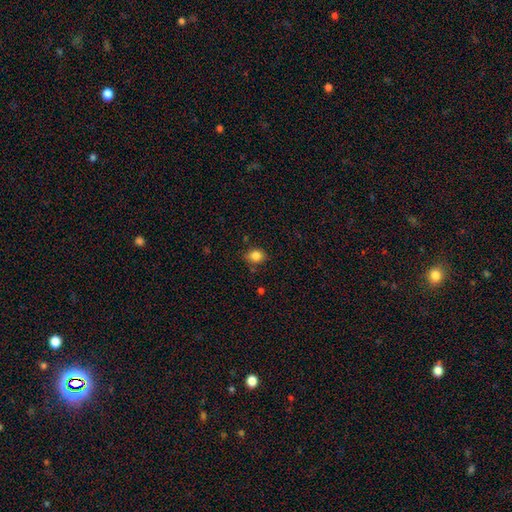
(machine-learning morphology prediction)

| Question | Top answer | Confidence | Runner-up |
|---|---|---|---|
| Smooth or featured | smooth | 84% | star or artifact (10%) |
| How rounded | round | 58% | in between (41%) |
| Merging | none | 77% | minor disturbance (16%) |